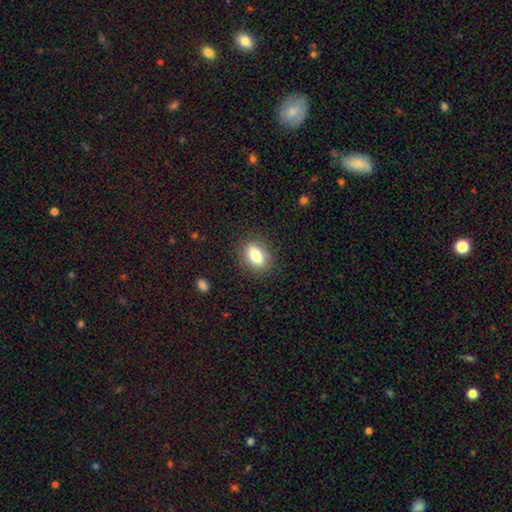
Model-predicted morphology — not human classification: A smooth galaxy with no disk features (81%) that is in between round and cigar-shaped (81%). Merging: none (86%).